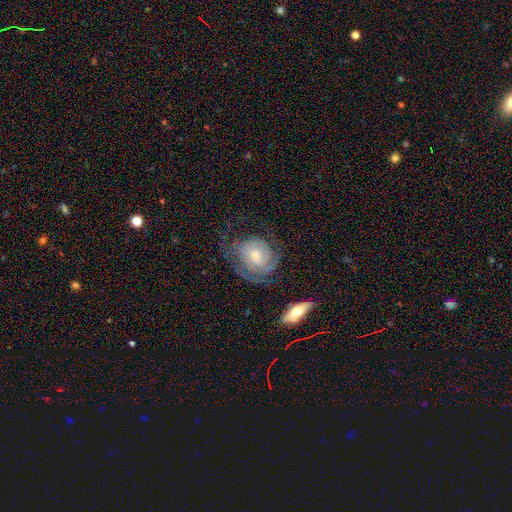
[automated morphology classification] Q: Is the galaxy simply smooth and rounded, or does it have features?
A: featured or disk — 73%.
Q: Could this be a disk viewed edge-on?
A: no — 96%.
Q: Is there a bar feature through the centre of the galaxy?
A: no — 72%.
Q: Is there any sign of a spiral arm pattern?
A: yes — 90%.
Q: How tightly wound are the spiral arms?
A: tight — 63%.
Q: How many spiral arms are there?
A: can't tell — 36%.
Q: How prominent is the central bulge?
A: small — 56%.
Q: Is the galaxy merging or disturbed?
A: none — 53%.